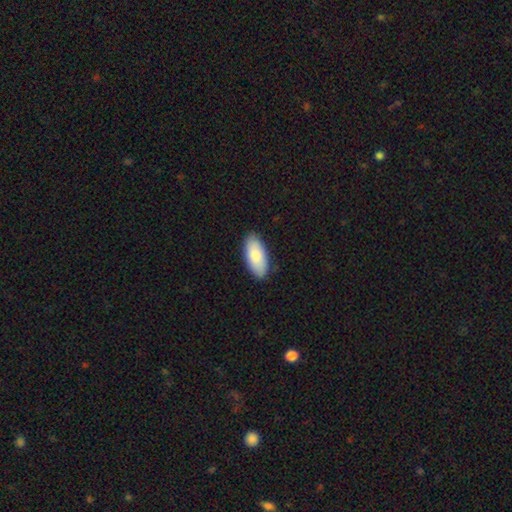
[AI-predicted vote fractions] The model was most divided on "smooth or featured": smooth: 83%, featured or disk: 12%, star or artifact: 5%. More confident: how rounded — in between (91%); merging — none (88%).